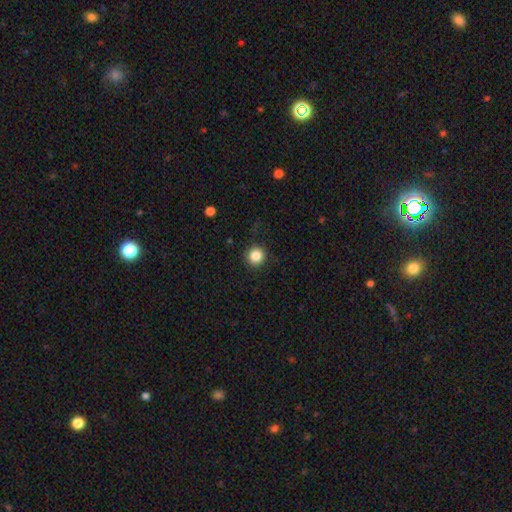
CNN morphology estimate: A smooth galaxy with no disk features (85%) that is round (93%).

Vote fractions:
- Smooth or featured? smooth: 85% / star or artifact: 11% / featured or disk: 5%
- How rounded? round: 93% / in between: 6% / cigar-shaped: 1%
- Merging? none: 90% / minor disturbance: 7% / major disturbance: 2% / merger: 1%